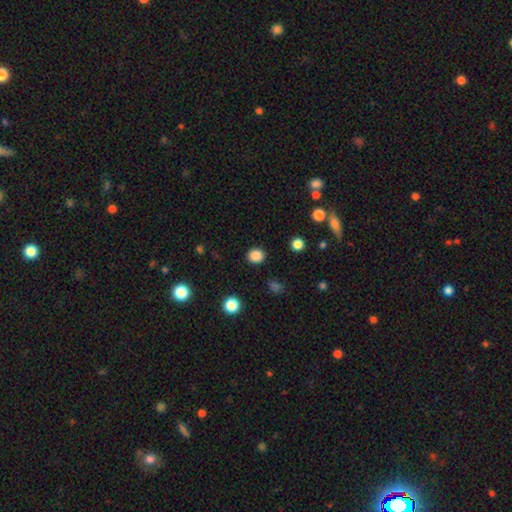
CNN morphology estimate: smooth 85%, star or artifact 11%, featured or disk 3%. Down the decision tree: how rounded — round (83%); merging — none (90%).